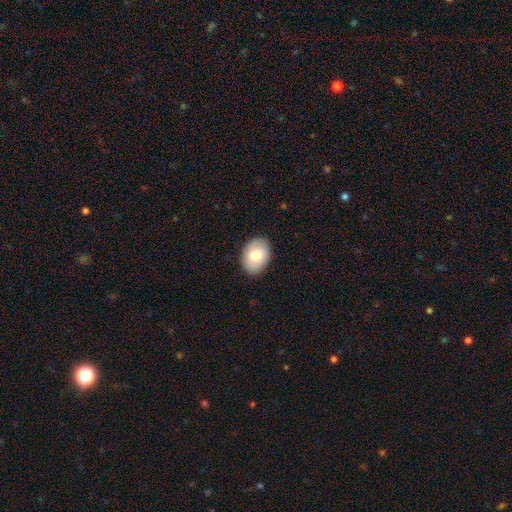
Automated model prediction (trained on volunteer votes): This appears to be a smooth galaxy with no disk features (75%) that is in between round and cigar-shaped (78%). Merging: none (87%).